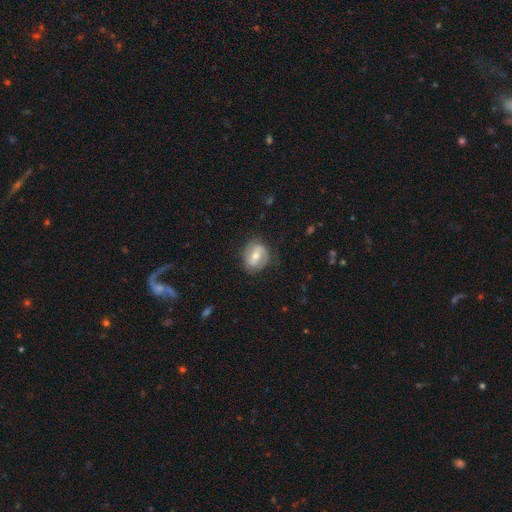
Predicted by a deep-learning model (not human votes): smooth_or_featured: featured or disk (p=0.47) [alt: smooth p=0.46]
merging: none (p=0.73) [alt: minor disturbance p=0.19]